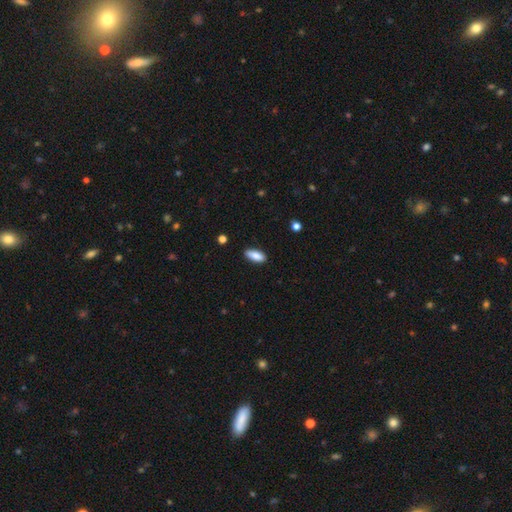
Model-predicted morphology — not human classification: A smooth galaxy with no disk features (85%) that is in between round and cigar-shaped (79%).

Vote fractions:
- Smooth or featured? smooth: 85% / featured or disk: 9% / star or artifact: 6%
- How rounded? in between: 79% / cigar-shaped: 19% / round: 2%
- Merging? none: 86% / minor disturbance: 11% / major disturbance: 2% / merger: 1%